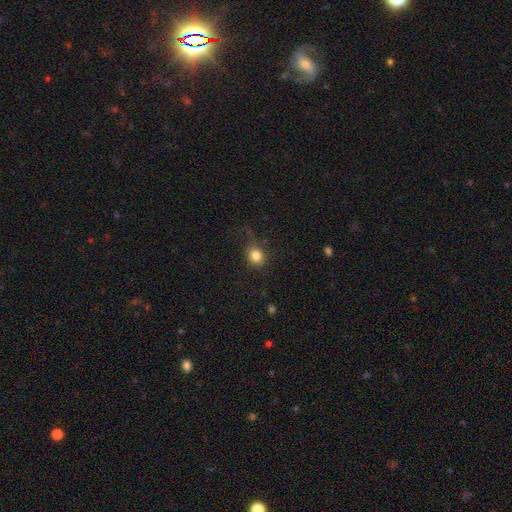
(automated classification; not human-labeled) smooth_or_featured: smooth (p=0.82) [alt: star or artifact p=0.11]
how_rounded: round (p=0.73) [alt: in between p=0.26]
merging: none (p=0.68) [alt: minor disturbance p=0.20]